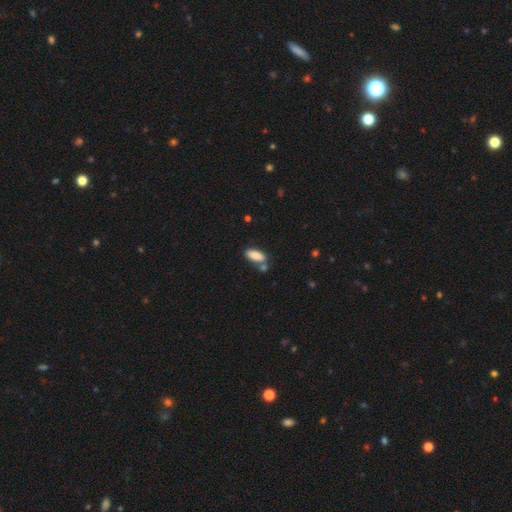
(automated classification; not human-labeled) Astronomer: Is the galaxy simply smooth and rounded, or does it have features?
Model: smooth — 86%.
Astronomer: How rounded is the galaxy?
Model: in between — 81%.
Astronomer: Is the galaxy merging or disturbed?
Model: none — 64%.